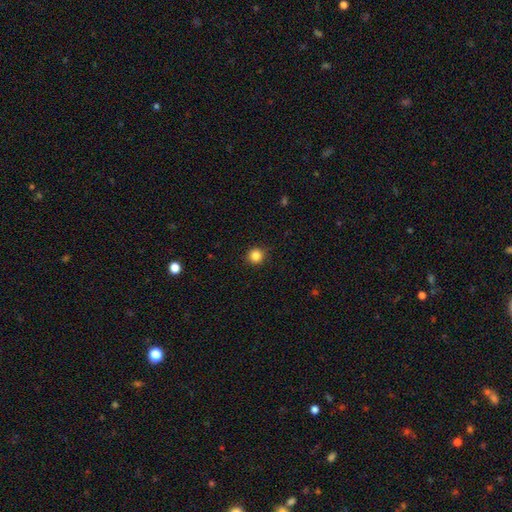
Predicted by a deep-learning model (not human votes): This appears to be a smooth galaxy with no disk features (85%) that is round (93%). Merging: none (90%).